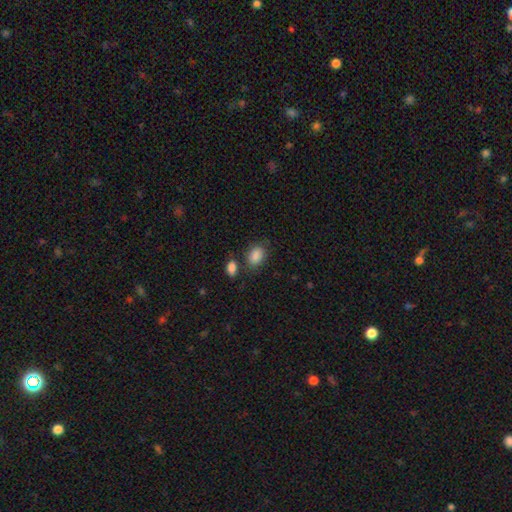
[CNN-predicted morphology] A smooth galaxy with no disk features (88%) that is in between round and cigar-shaped (78%). Merging: none (66%).